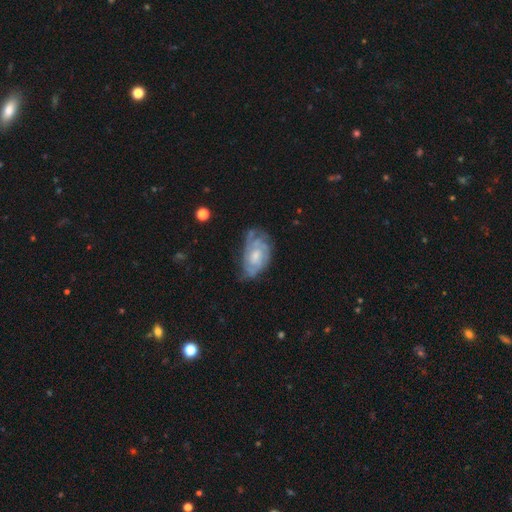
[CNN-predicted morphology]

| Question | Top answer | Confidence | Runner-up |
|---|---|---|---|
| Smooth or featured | featured or disk | 74% | smooth (19%) |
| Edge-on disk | no | 96% | yes (4%) |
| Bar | no | 68% | weak (28%) |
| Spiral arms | yes | 87% | no (13%) |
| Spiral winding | tight | 59% | medium (32%) |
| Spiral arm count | can't tell | 47% | 2 (22%) |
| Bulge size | moderate | 43% | small (41%) |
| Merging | none | 55% | minor disturbance (29%) |